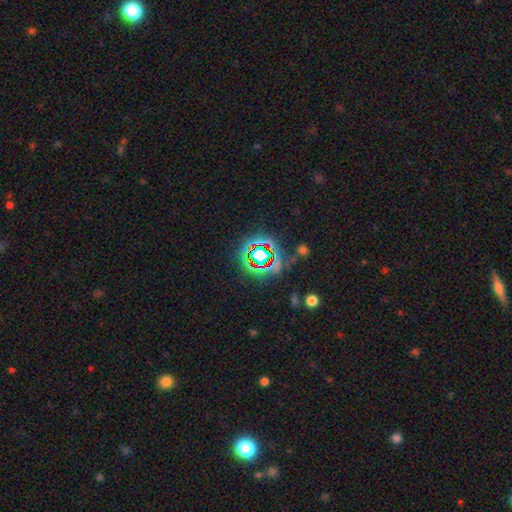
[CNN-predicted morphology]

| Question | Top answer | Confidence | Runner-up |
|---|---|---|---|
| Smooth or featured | star or artifact | 74% | smooth (15%) |